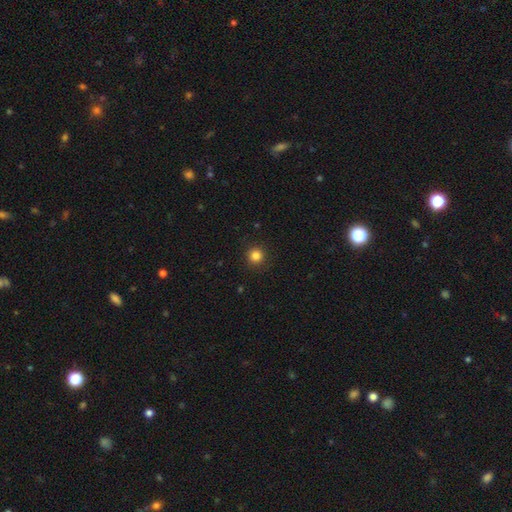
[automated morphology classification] Smooth or featured? Predicted: smooth (p=0.84). How rounded? Predicted: round (p=0.95). Merging? Predicted: none (p=0.92).